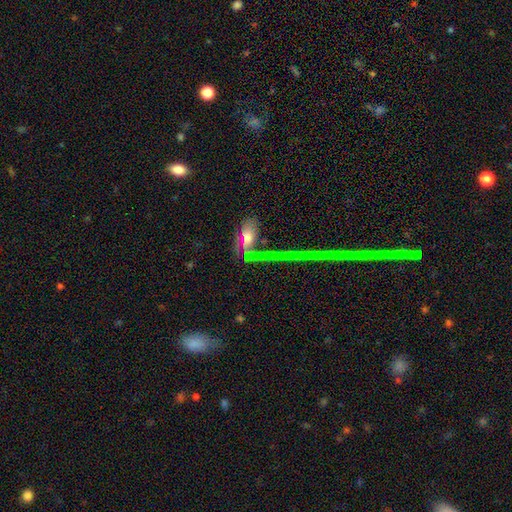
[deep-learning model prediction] smooth_or_featured: smooth (p=0.42) [alt: featured or disk p=0.29]
merging: none (p=0.47) [alt: merger p=0.18]